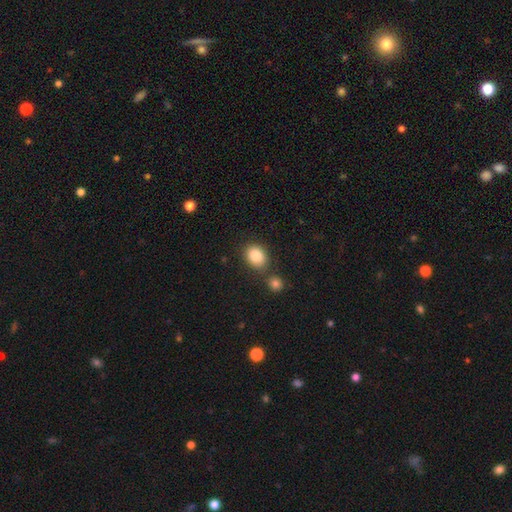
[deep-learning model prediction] A smooth galaxy with no disk features (84%) that is in between round and cigar-shaped (55%).

Vote fractions:
- Smooth or featured? smooth: 84% / star or artifact: 9% / featured or disk: 7%
- How rounded? in between: 55% / round: 44% / cigar-shaped: 1%
- Merging? none: 71% / merger: 14% / minor disturbance: 11% / major disturbance: 3%